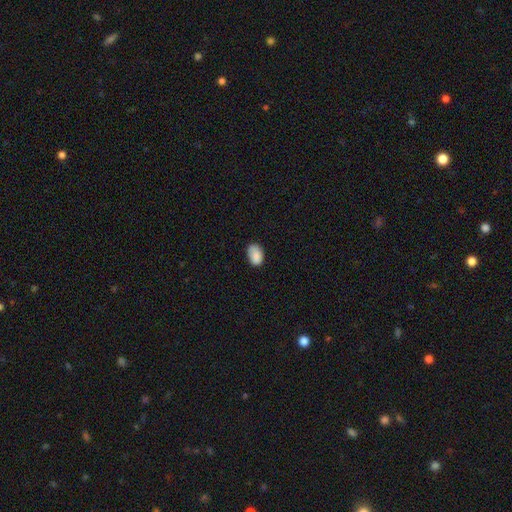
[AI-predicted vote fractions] Smooth or featured: smooth — 86% (star or artifact — 8%)
How rounded: in between — 84% (round — 15%)
Merging: none — 69% (minor disturbance — 24%)